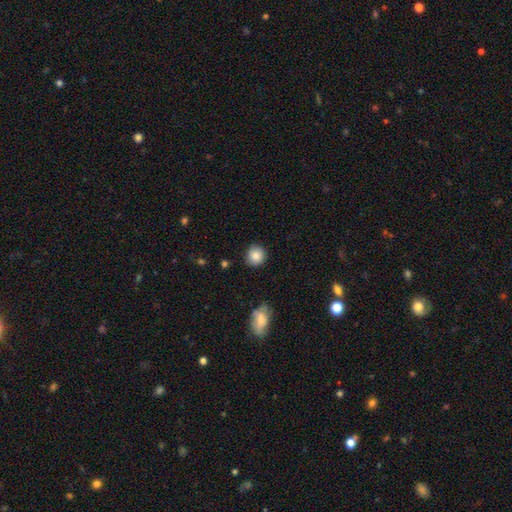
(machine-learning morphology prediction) Overall: smooth (86%). How rounded: round (90%). Merging: none (88%).